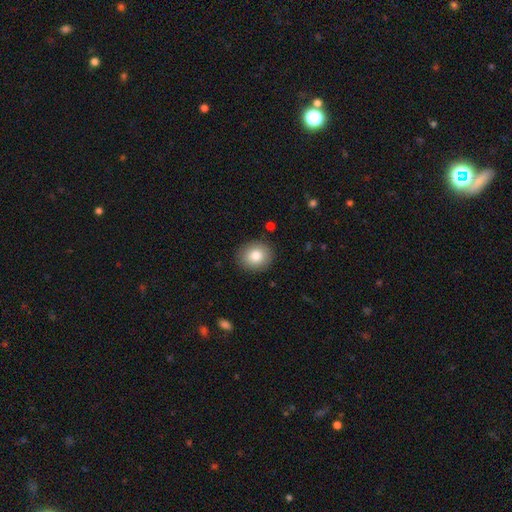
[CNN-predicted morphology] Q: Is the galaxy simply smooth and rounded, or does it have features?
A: smooth — 83%.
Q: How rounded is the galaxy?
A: round — 72%.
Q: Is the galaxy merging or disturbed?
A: none — 89%.